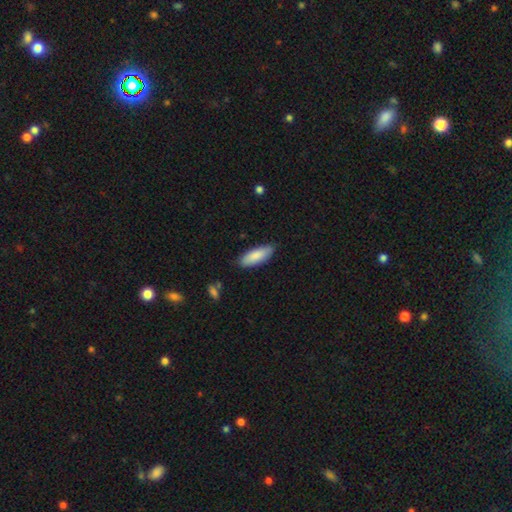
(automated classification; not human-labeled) Smooth or featured? Predicted: smooth (p=0.86). How rounded? Predicted: in between (p=0.72). Merging? Predicted: none (p=0.82).